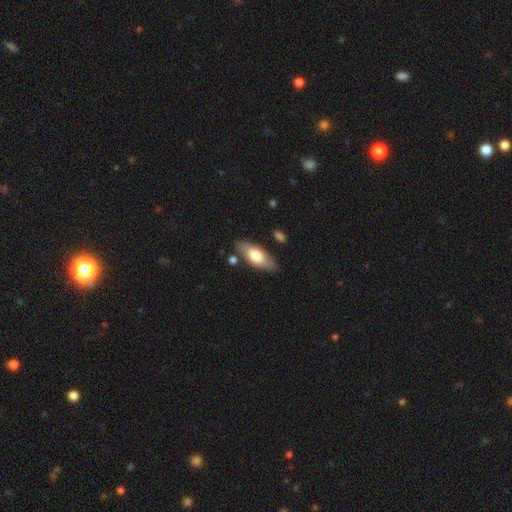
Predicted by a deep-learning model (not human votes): Q: Smooth or featured?
A: smooth (69%); runner-up: featured or disk (26%)
Q: How rounded?
A: in between (80%); runner-up: cigar-shaped (18%)
Q: Merging?
A: none (81%); runner-up: minor disturbance (13%)